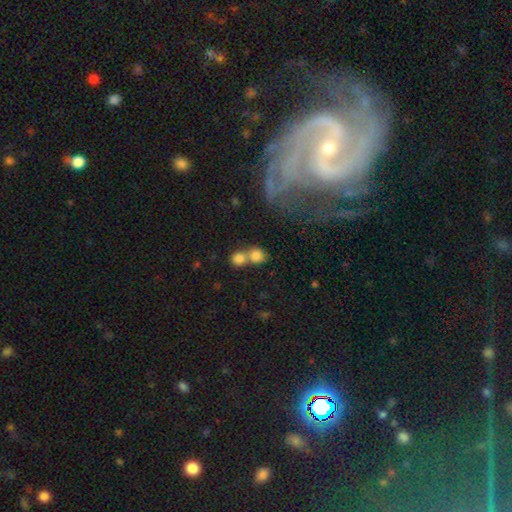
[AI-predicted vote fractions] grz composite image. It shows a smooth galaxy with no disk features (79%) that is round (79%). Merging: merger (55%).